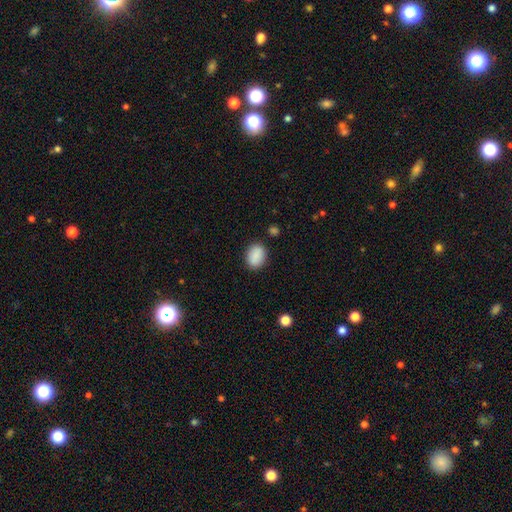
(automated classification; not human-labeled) smooth 89%, star or artifact 7%, featured or disk 4%. Down the decision tree: how rounded — in between (74%); merging — none (86%).